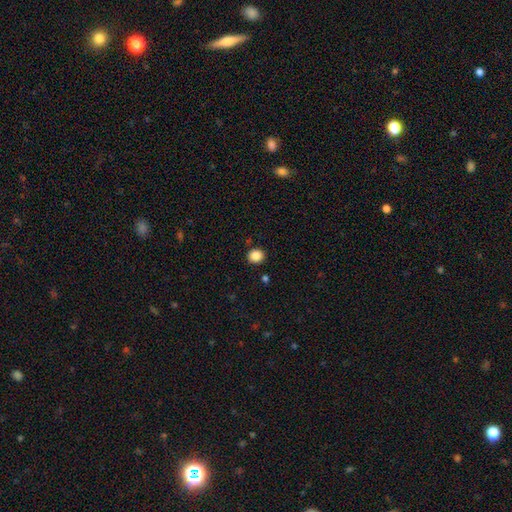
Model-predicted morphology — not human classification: type=smooth (86%); roundness=round (83%); merging=none (90%).